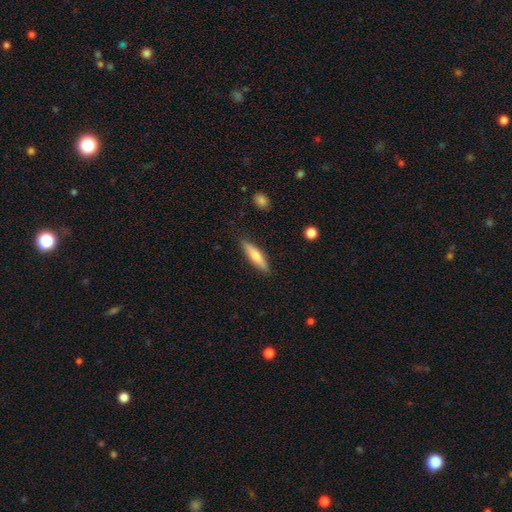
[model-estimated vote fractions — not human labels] This appears to be a smooth galaxy with no disk features (58%) that is cigar-shaped (79%). Merging: none (87%).